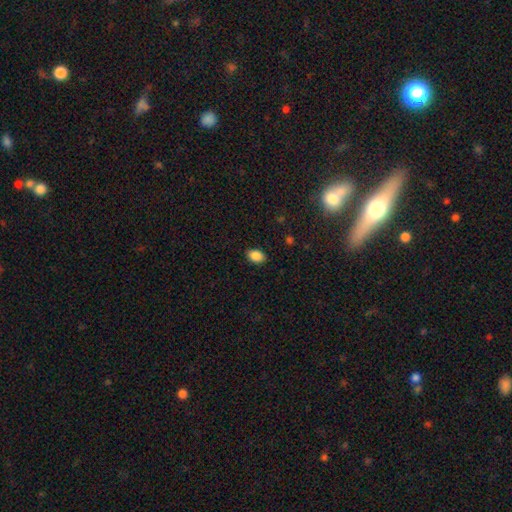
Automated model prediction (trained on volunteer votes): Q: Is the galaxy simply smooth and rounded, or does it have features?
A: smooth — 87%.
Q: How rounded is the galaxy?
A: in between — 79%.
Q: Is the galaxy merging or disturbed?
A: none — 87%.